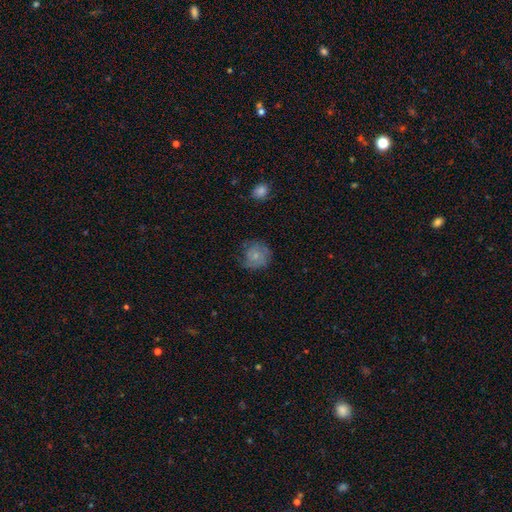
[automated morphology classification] Overall: smooth (55%; featured or disk 37%). How rounded: round (85%). Merging: none (60%; minor disturbance 26%).